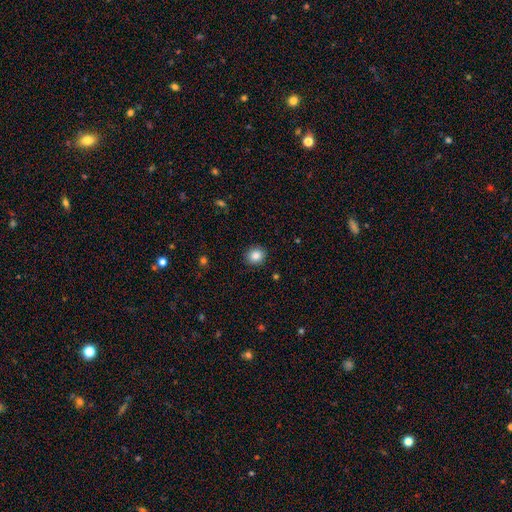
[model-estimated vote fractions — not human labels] Smooth or featured?
  - smooth: 86% *
  - star or artifact: 10%
  - featured or disk: 5%
How rounded?
  - round: 85% *
  - in between: 14%
  - cigar-shaped: 1%
Merging?
  - none: 91% *
  - minor disturbance: 6%
  - major disturbance: 2%
  - merger: 1%